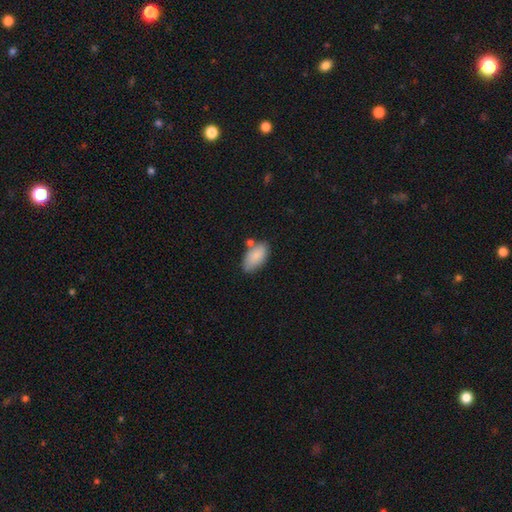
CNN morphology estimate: smooth-or-featured: smooth: 86% | featured or disk: 7% | star or artifact: 6%
  how-rounded: in between: 94% | cigar-shaped: 3% | round: 3%
  merging: none: 70% | minor disturbance: 17% | merger: 10% | major disturbance: 4%